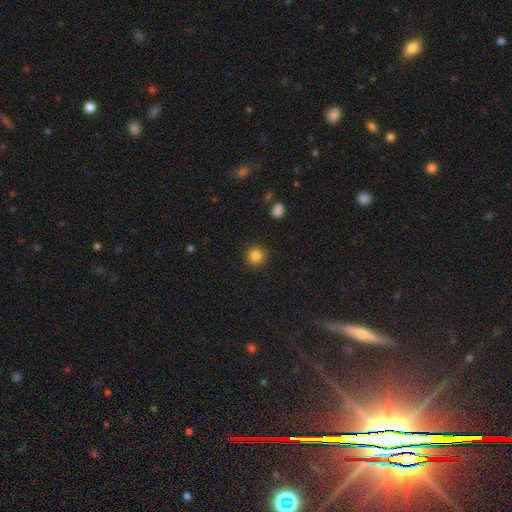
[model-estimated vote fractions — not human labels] Q: Smooth or featured?
A: smooth (84%); runner-up: star or artifact (11%)
Q: How rounded?
A: round (94%); runner-up: in between (5%)
Q: Merging?
A: none (92%); runner-up: minor disturbance (5%)